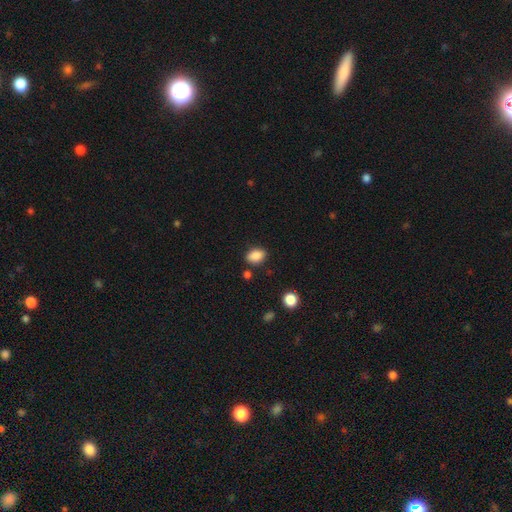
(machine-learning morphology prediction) smooth_or_featured: smooth (p=0.87) [alt: star or artifact p=0.09]
how_rounded: in between (p=0.77) [alt: round p=0.22]
merging: none (p=0.81) [alt: minor disturbance p=0.12]